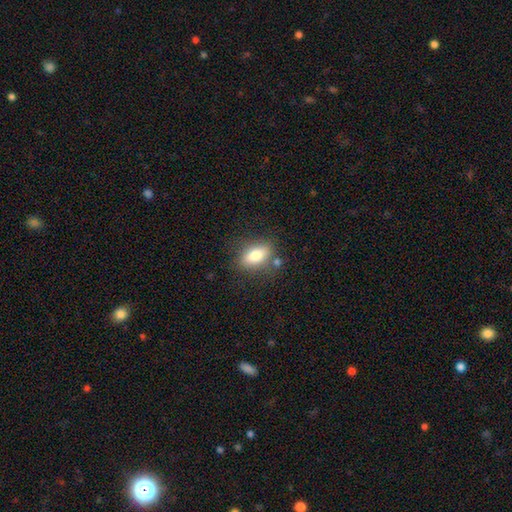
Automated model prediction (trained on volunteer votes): Smooth or featured: smooth — 78% (featured or disk — 14%)
How rounded: in between — 85% (cigar-shaped — 8%)
Merging: none — 74% (minor disturbance — 15%)